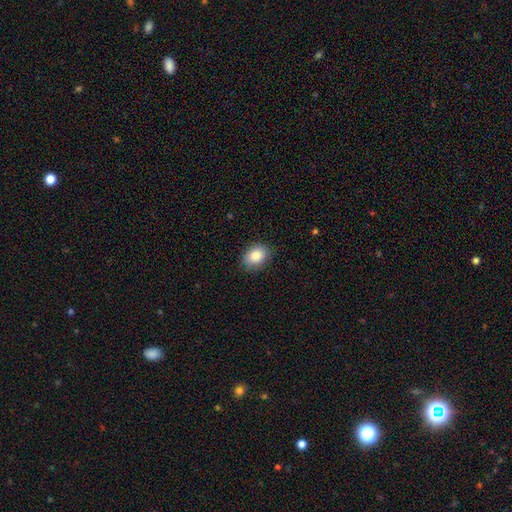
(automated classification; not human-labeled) This is clearly a smooth galaxy (87%). How rounded: likely in between (72%). Merging: clearly none (86%).